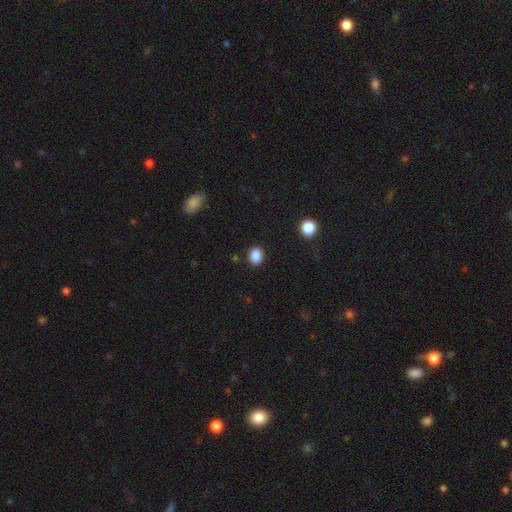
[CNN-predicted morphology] Overall: smooth (88%). How rounded: in between (54%; round 45%). Merging: none (87%).